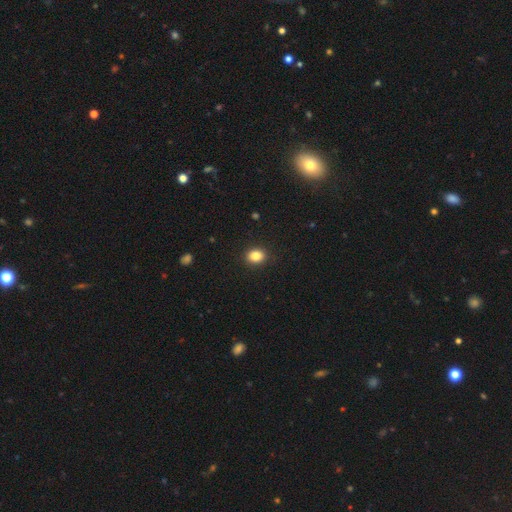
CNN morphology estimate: Smooth or featured? Predicted: smooth (p=0.85). How rounded? Predicted: in between (p=0.52). Merging? Predicted: none (p=0.90).